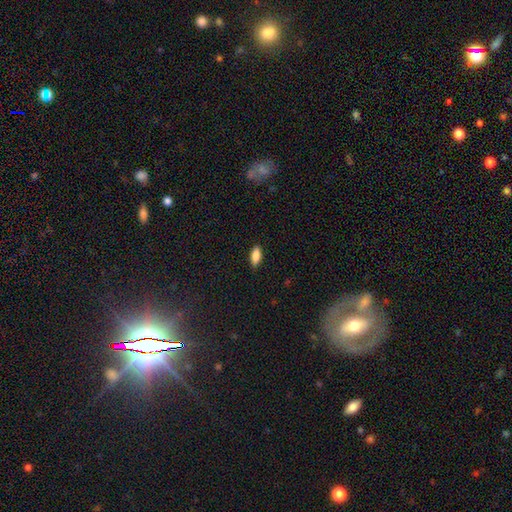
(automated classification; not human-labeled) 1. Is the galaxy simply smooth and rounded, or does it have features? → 85% smooth, 8% featured or disk, 7% star or artifact.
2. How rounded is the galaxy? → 84% in between, 14% cigar-shaped, 2% round.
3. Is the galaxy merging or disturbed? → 86% none, 11% minor disturbance, 2% major disturbance, 1% merger.